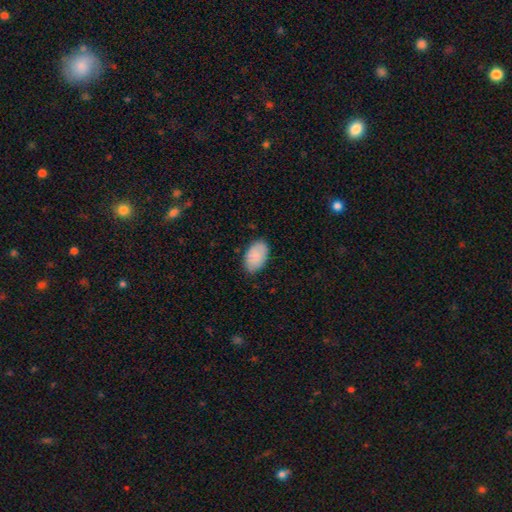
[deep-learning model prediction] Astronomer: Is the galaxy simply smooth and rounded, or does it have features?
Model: smooth — 88%.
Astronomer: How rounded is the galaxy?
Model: in between — 94%.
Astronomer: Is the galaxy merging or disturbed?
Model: none — 82%.